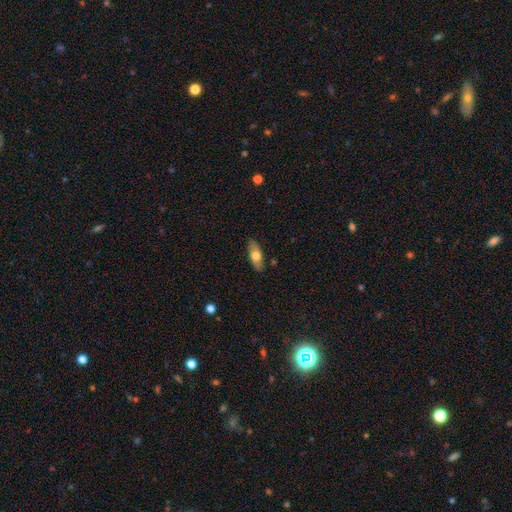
This is possibly a smooth galaxy (54%). How rounded: likely in between (67%). Merging: likely none (70%).